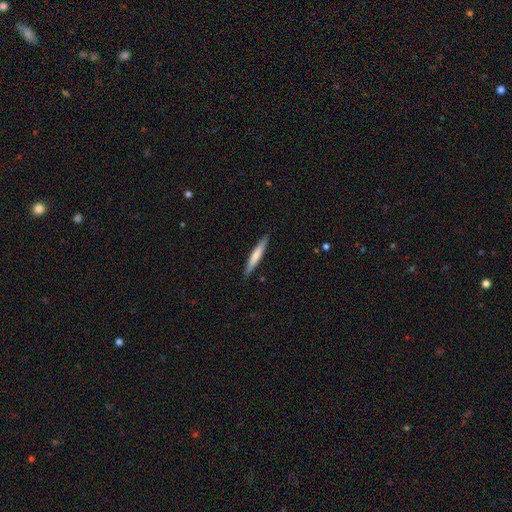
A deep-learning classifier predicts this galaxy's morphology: Overall: smooth (66%; featured or disk 29%). How rounded: cigar-shaped (94%). Merging: none (89%).